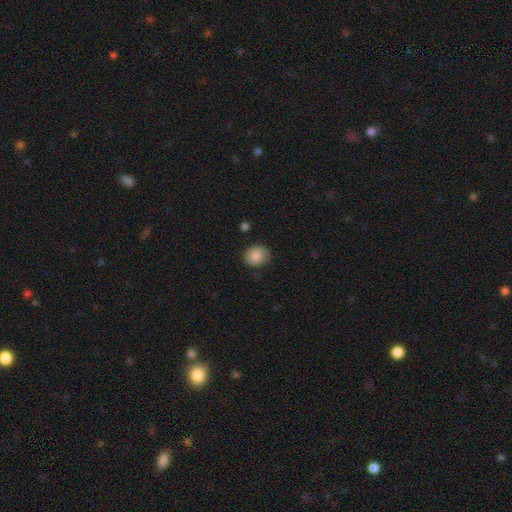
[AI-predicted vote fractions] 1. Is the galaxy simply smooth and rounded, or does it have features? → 85% smooth, 8% star or artifact, 7% featured or disk.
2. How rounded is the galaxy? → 73% round, 27% in between, 1% cigar-shaped.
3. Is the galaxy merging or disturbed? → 81% none, 15% minor disturbance, 3% major disturbance, 1% merger.